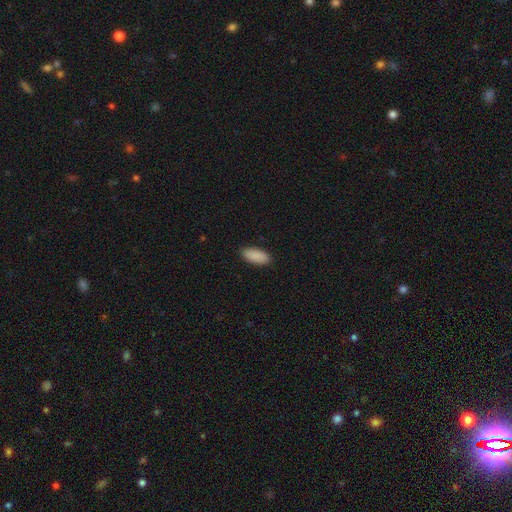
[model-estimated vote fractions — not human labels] Morphology: type=smooth (91%); roundness=in between (88%); merging=none (89%).